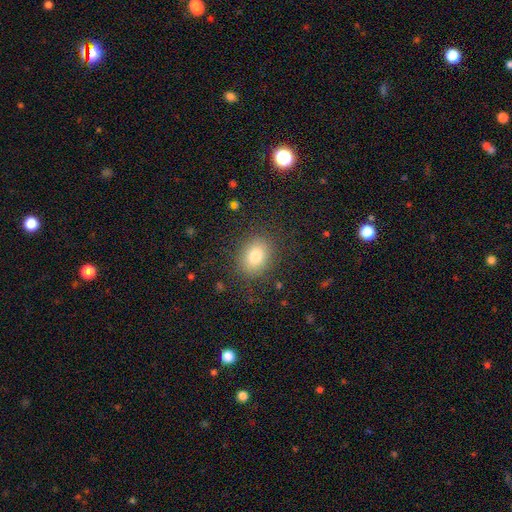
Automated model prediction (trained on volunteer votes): smooth 80%, star or artifact 10%, featured or disk 10%. Down the decision tree: how rounded — in between (54%); merging — none (84%).